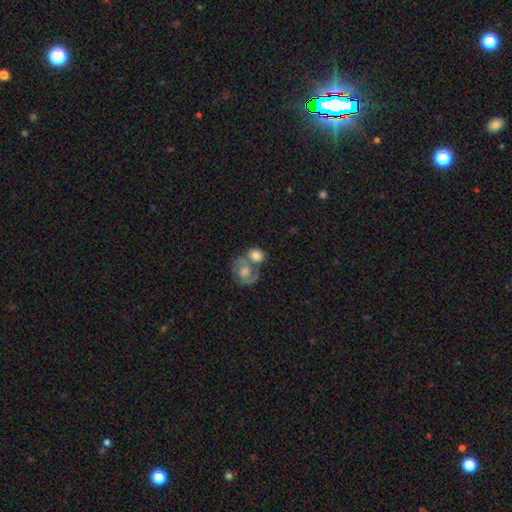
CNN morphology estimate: Smooth or featured? Predicted: smooth (p=0.58). How rounded? Predicted: round (p=0.53). Merging? Predicted: merger (p=0.57).